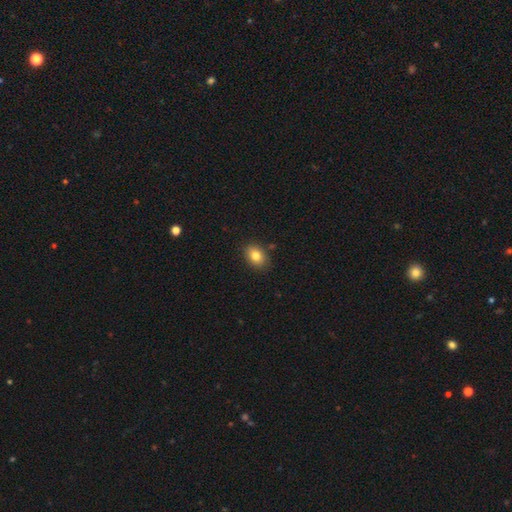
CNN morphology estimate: The model was most divided on "how rounded": in between: 70%, round: 29%, cigar-shaped: 1%. More confident: merging — none (85%); smooth or featured — smooth (81%).